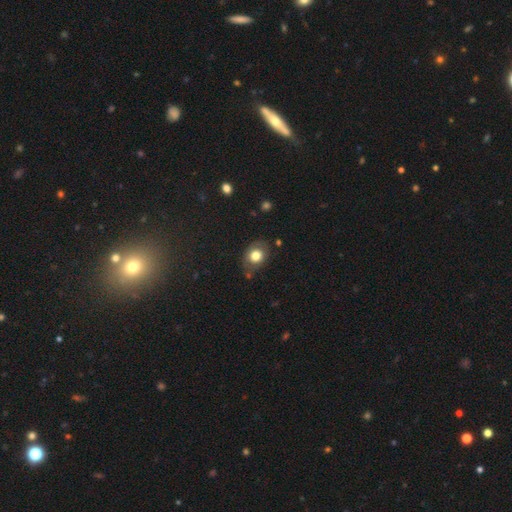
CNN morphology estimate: type=smooth (75%); roundness=in between (55%); merging=none (72%).